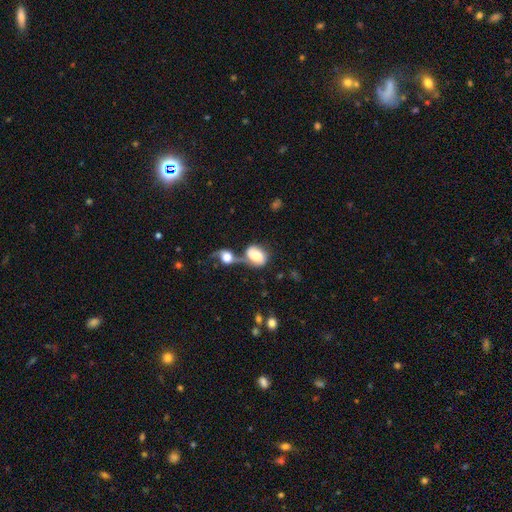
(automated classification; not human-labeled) A smooth galaxy with no disk features (60%) that is in between round and cigar-shaped (66%).

Vote fractions:
- Smooth or featured? smooth: 60% / featured or disk: 32% / star or artifact: 8%
- How rounded? in between: 66% / round: 33% / cigar-shaped: 1%
- Merging? merger: 57% / none: 20% / minor disturbance: 11% / major disturbance: 11%